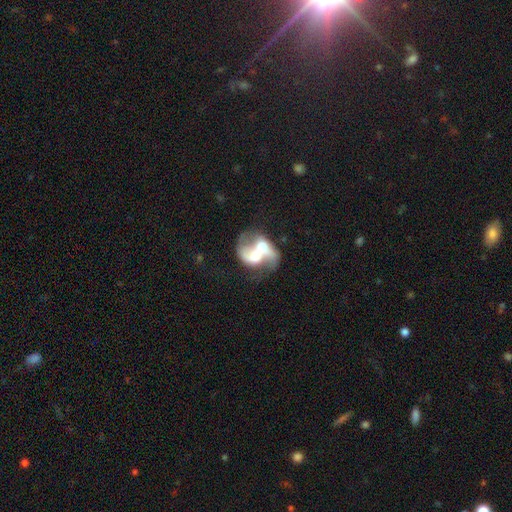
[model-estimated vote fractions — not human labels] This appears to be a featured or disk galaxy (68%) with no bar (65%), spiral arms (65%) and a moderate central bulge (50%). Merging: merger (68%).